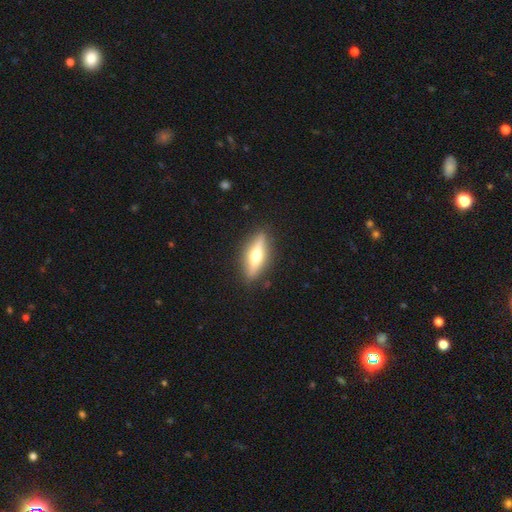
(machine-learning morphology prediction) Smooth or featured: featured or disk — 56% (smooth — 38%)
Edge-on disk: yes — 90% (no — 10%)
Edge-on bulge: rounded — 93% (boxy — 4%)
Merging: none — 88% (minor disturbance — 8%)